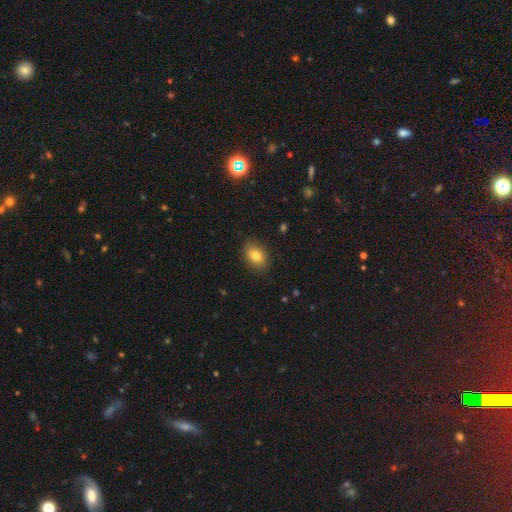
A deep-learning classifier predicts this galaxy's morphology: Smooth or featured?
  - smooth: 80% *
  - featured or disk: 11%
  - star or artifact: 9%
How rounded?
  - in between: 76% *
  - round: 23%
  - cigar-shaped: 1%
Merging?
  - none: 83% *
  - minor disturbance: 13%
  - major disturbance: 3%
  - merger: 1%